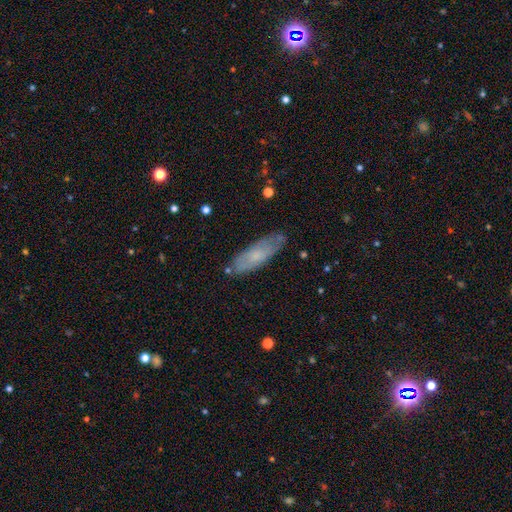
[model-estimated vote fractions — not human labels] smooth 59%, featured or disk 34%, star or artifact 7%. Down the decision tree: how rounded — in between (54%); merging — none (75%).